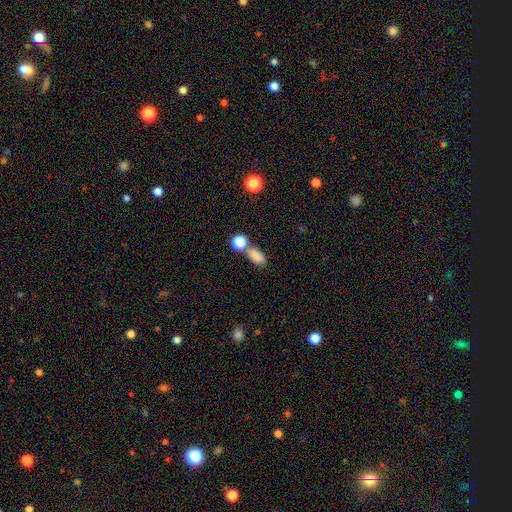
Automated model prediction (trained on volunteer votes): Smooth or featured: smooth — 83% (star or artifact — 11%)
How rounded: in between — 85% (round — 10%)
Merging: none — 56% (merger — 26%)